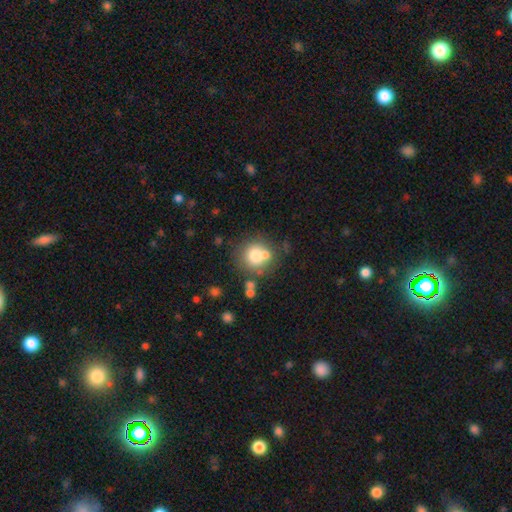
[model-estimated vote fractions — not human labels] Smooth or featured? smooth (72%)
How rounded? round (88%)
Merging? none (55%)